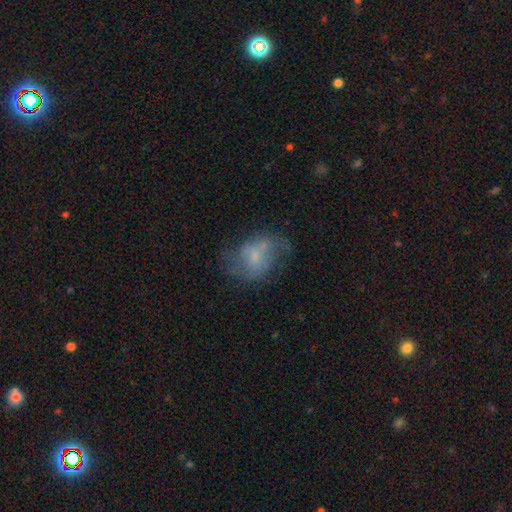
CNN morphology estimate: Smooth or featured: featured or disk — 48% (smooth — 42%)
Merging: none — 46% (minor disturbance — 26%)